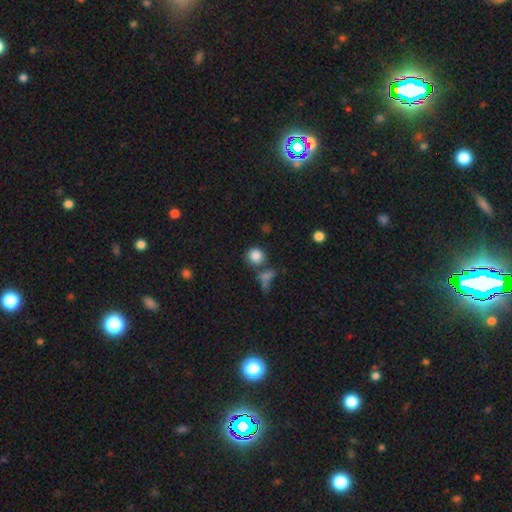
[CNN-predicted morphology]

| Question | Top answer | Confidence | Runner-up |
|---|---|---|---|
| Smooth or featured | smooth | 83% | star or artifact (11%) |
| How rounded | round | 87% | in between (12%) |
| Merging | none | 65% | merger (18%) |